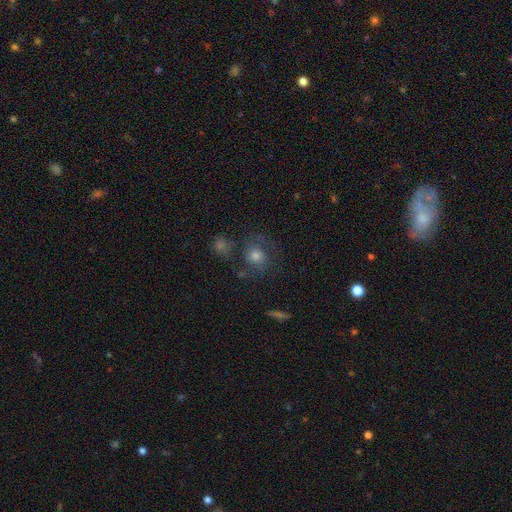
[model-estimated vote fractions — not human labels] The model was most divided on "smooth or featured": featured or disk: 54%, smooth: 29%, star or artifact: 17%. More confident: edge-on disk — no (97%); spiral arms — yes (84%); bar — no (74%); merging — none (65%); bulge size — moderate (58%).